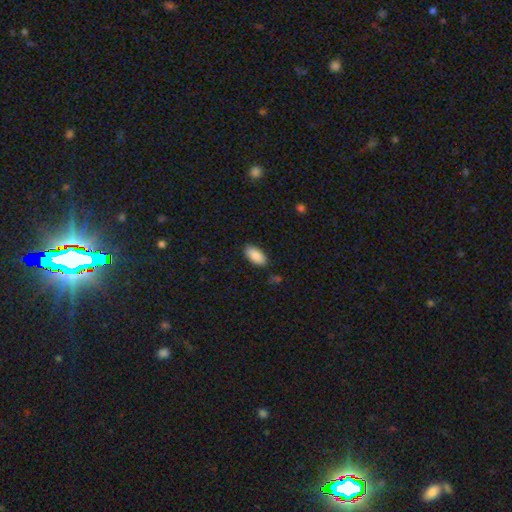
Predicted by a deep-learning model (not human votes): smooth 89%, star or artifact 6%, featured or disk 5%. Down the decision tree: how rounded — in between (92%); merging — none (85%).